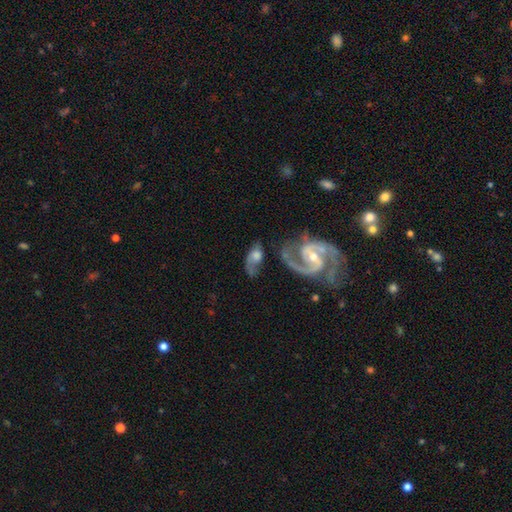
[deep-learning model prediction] smooth_or_featured: featured or disk (p=0.68) [alt: smooth p=0.25]
disk_edge_on: no (p=0.94) [alt: yes p=0.06]
bar: no (p=0.56) [alt: weak p=0.34]
has_spiral_arms: yes (p=0.84) [alt: no p=0.16]
spiral_winding: medium (p=0.42) [tied with: loose p=0.42]
spiral_arm_count: 2 (p=0.76) [alt: 1 p=0.14]
bulge_size: moderate (p=0.50) [alt: small p=0.26]
merging: none (p=0.39) [alt: major disturbance p=0.22]